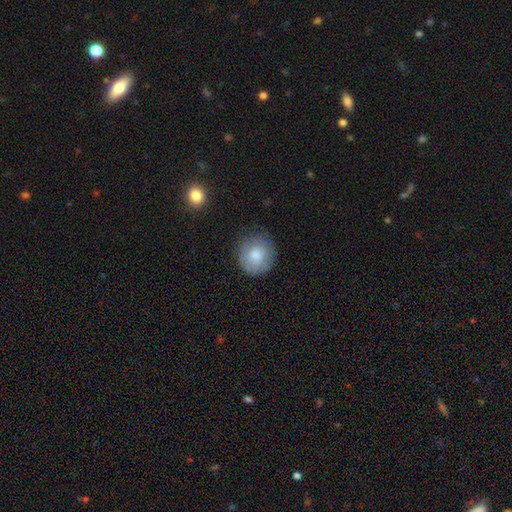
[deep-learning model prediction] This is likely a smooth galaxy (79%). How rounded: clearly round (91%). Merging: clearly none (81%).